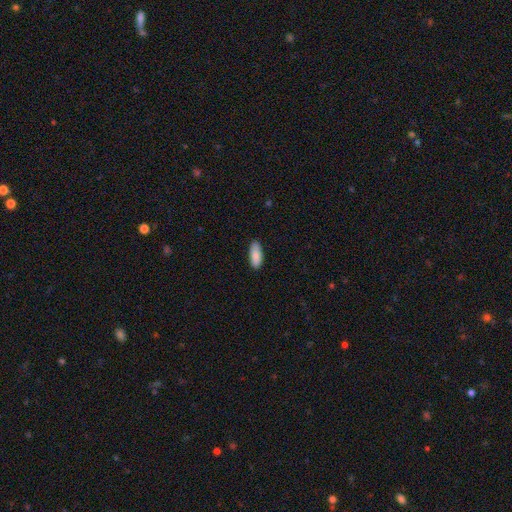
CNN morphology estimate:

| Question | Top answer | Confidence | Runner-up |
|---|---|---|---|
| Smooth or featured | smooth | 88% | featured or disk (7%) |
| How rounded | in between | 81% | cigar-shaped (18%) |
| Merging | none | 86% | minor disturbance (11%) |